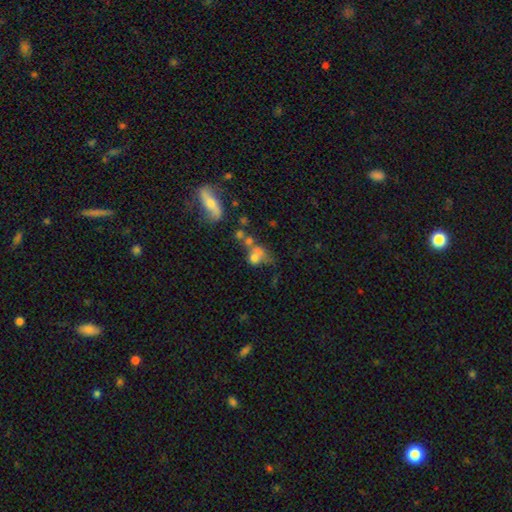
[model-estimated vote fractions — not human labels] This is possibly a smooth galaxy (60%). How rounded: possibly round (52%). Merging: marginally merger (45%).